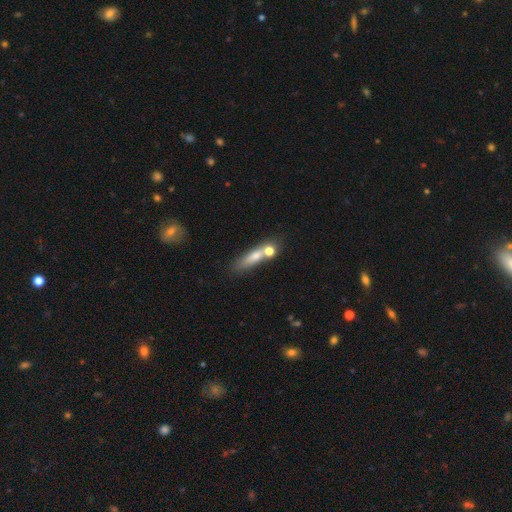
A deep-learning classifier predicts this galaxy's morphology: smooth_or_featured: smooth (p=0.61) [alt: featured or disk p=0.28]
how_rounded: cigar-shaped (p=0.71) [alt: in between p=0.23]
merging: none (p=0.56) [alt: merger p=0.26]